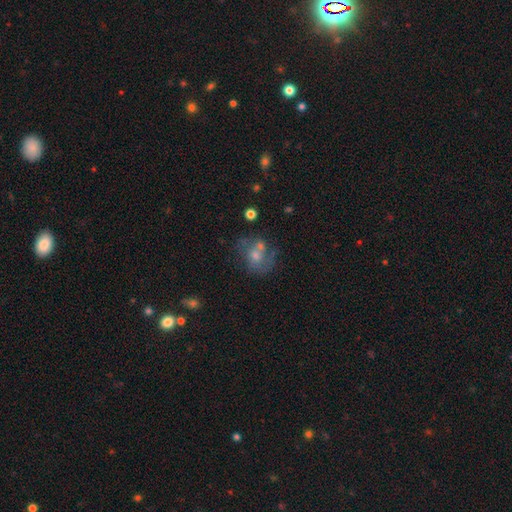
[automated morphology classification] Smooth or featured?
  - featured or disk: 47% *
  - smooth: 37%
  - star or artifact: 17%
Merging?
  - none: 42% *
  - merger: 27%
  - minor disturbance: 17%
  - major disturbance: 14%